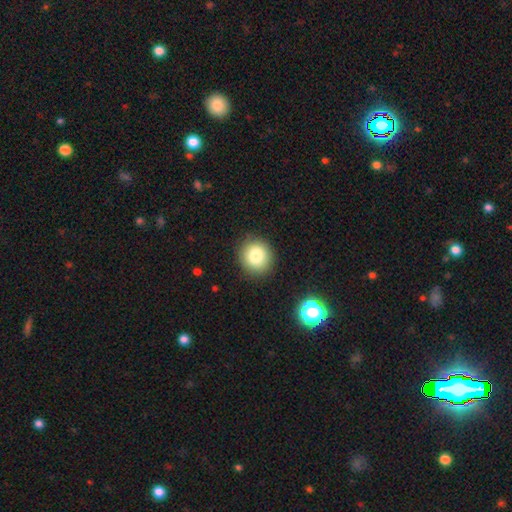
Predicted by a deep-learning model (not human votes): Smooth or featured: smooth — 81% (star or artifact — 11%)
How rounded: round — 88% (in between — 11%)
Merging: none — 89% (minor disturbance — 7%)